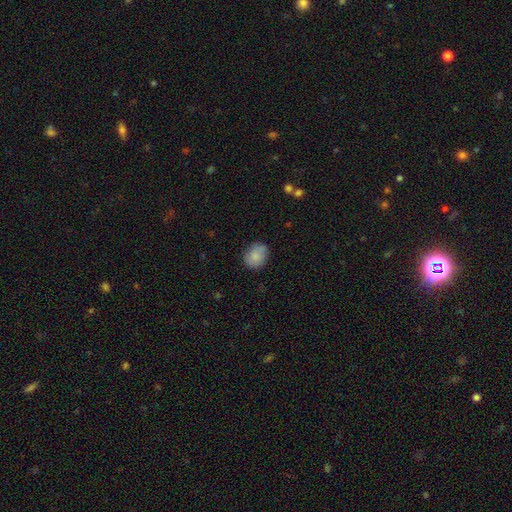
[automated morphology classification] Overall: smooth (84%). How rounded: in between (50%; round 49%). Merging: none (75%).